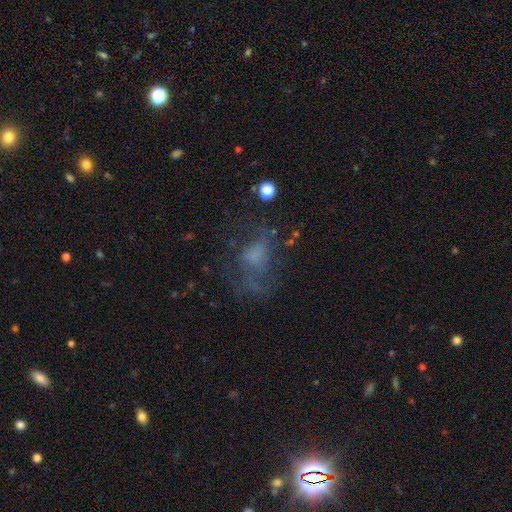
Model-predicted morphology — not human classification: smooth_or_featured: featured or disk (p=0.47) [alt: smooth p=0.34]
merging: none (p=0.46) [alt: major disturbance p=0.32]